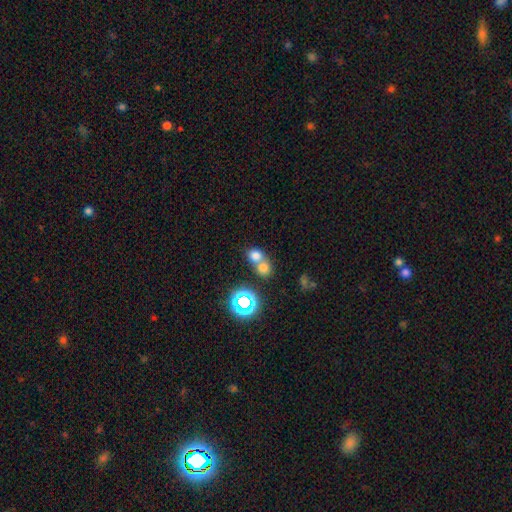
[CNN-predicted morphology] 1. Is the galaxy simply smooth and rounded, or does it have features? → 70% smooth, 19% star or artifact, 11% featured or disk.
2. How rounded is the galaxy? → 66% round, 32% in between, 1% cigar-shaped.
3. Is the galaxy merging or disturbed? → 56% merger, 36% none, 6% minor disturbance, 3% major disturbance.